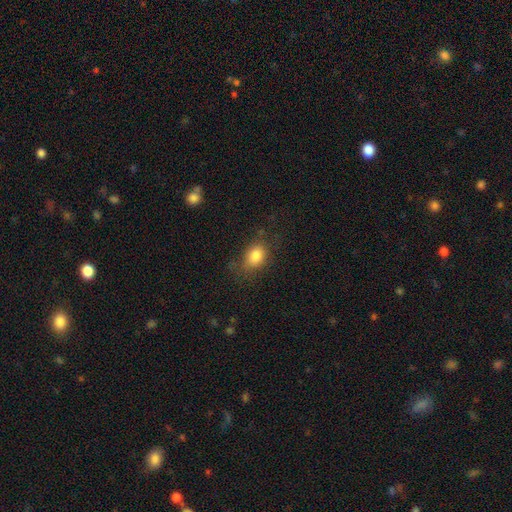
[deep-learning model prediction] Morphology: type=smooth (82%); roundness=in between (71%); merging=none (68%).